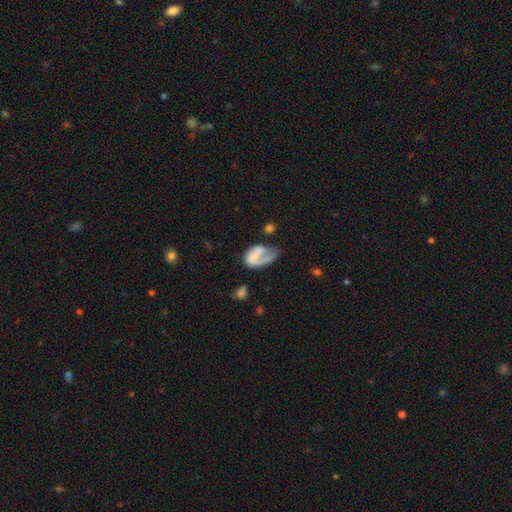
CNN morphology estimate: Smooth or featured? featured or disk (59%)
Edge-on disk? no (98%)
Bar? no (59%)
Spiral arms? yes (78%)
Bulge size? none (54%)
Merging? major disturbance (42%)